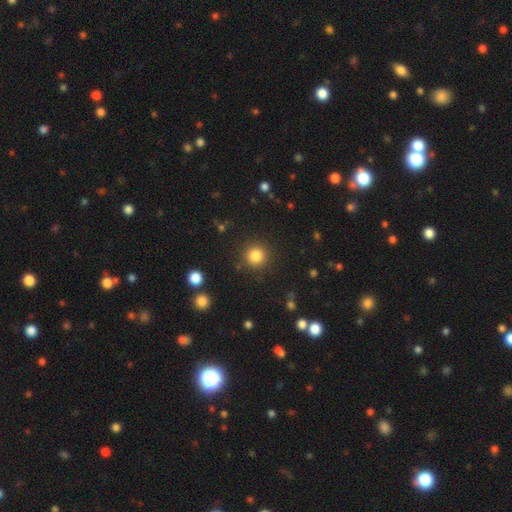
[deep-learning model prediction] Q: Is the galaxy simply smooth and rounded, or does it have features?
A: smooth — 84%.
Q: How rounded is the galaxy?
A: round — 93%.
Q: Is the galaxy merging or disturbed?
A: none — 89%.